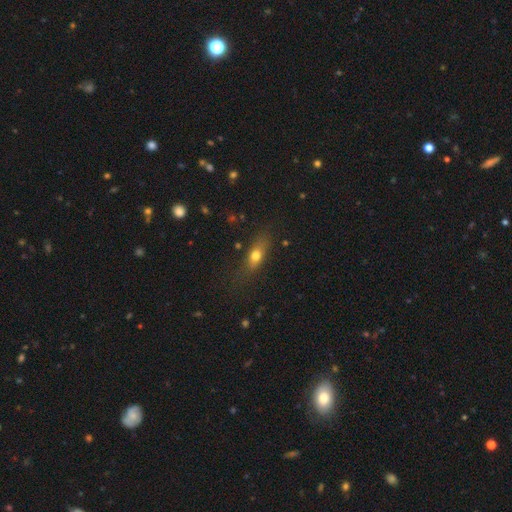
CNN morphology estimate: smooth 68%, featured or disk 22%, star or artifact 10%. Down the decision tree: how rounded — in between (62%); merging — none (70%).